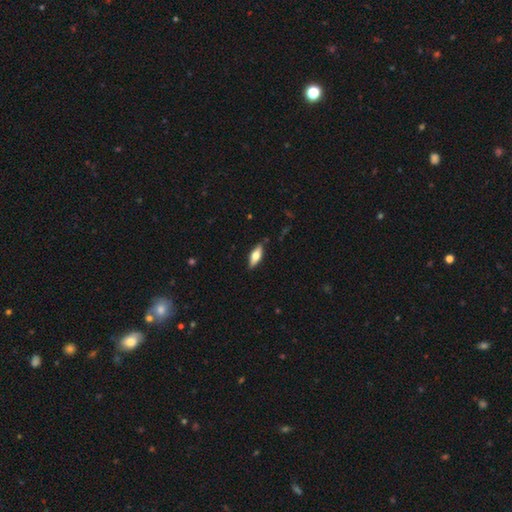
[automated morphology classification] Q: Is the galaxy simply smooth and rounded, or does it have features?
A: smooth — 52%.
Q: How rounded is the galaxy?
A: in between — 62%.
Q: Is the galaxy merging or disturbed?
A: none — 87%.